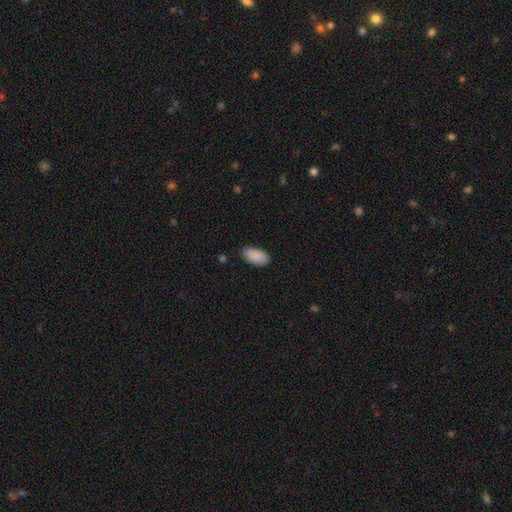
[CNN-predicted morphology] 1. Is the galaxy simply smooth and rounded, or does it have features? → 90% smooth, 6% star or artifact, 4% featured or disk.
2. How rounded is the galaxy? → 94% in between, 3% cigar-shaped, 2% round.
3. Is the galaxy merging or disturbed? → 85% none, 12% minor disturbance, 2% major disturbance, 1% merger.